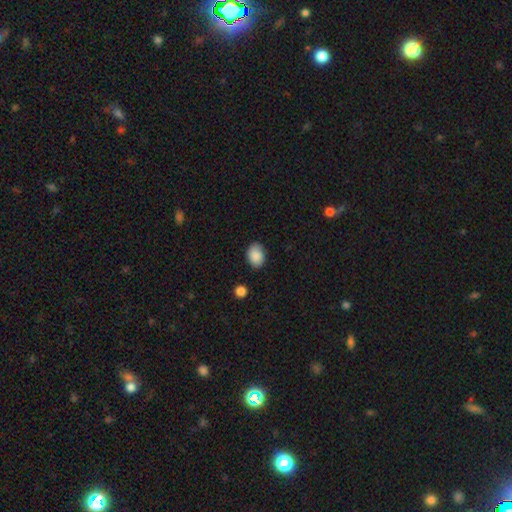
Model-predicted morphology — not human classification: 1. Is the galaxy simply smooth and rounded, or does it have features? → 89% smooth, 7% star or artifact, 4% featured or disk.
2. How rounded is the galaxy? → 76% in between, 23% round, 1% cigar-shaped.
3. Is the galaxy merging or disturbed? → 84% none, 12% minor disturbance, 2% major disturbance, 2% merger.